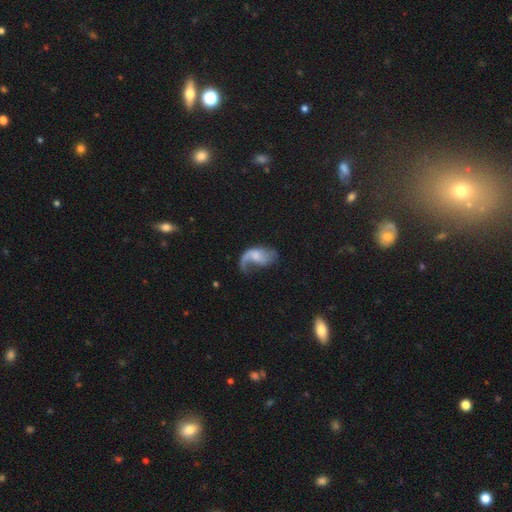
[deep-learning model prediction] Morphology: type=featured or disk (69%); edge-on=no (97%); bar=no (59%); spiral arms=yes (86%); winding=loose (76%); arm count=1 (47%); bulge=small (42%); merging=major disturbance (42%).